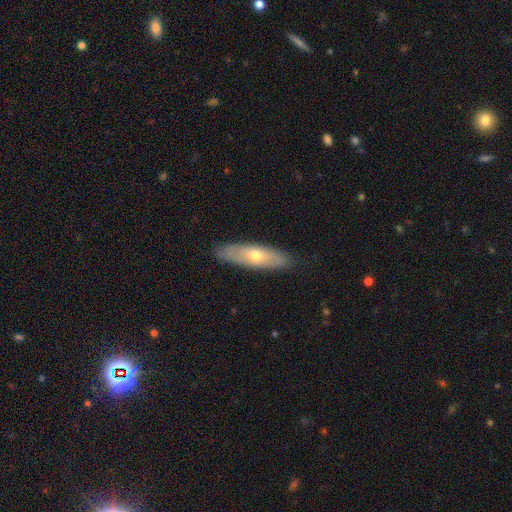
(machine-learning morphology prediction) Smooth or featured? smooth (55%)
How rounded? cigar-shaped (52%)
Merging? none (85%)